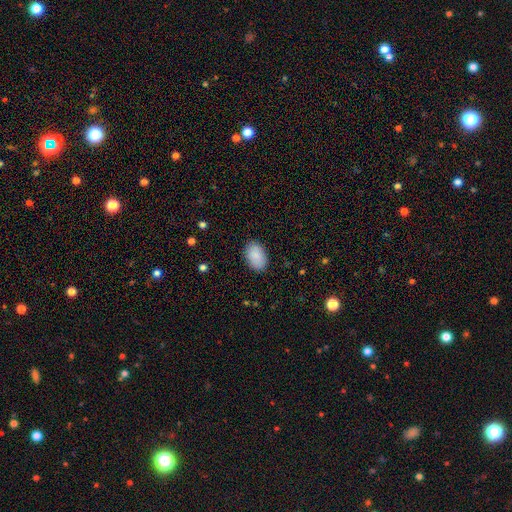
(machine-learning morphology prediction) smooth 89%, star or artifact 6%, featured or disk 5%. Down the decision tree: how rounded — in between (90%); merging — none (88%).